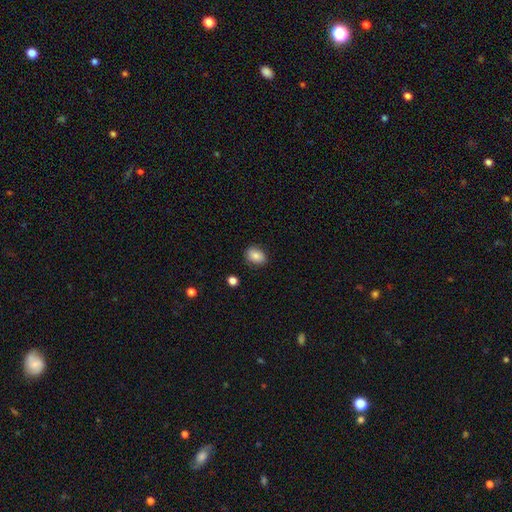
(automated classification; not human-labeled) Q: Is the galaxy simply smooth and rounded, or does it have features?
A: smooth — 84%.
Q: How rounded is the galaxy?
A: in between — 70%.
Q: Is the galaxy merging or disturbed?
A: none — 83%.